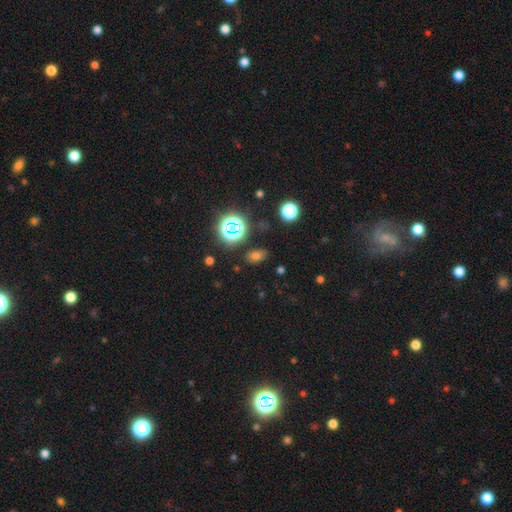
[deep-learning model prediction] Overall: smooth (63%; star or artifact 29%). How rounded: in between (79%). Merging: none (81%).